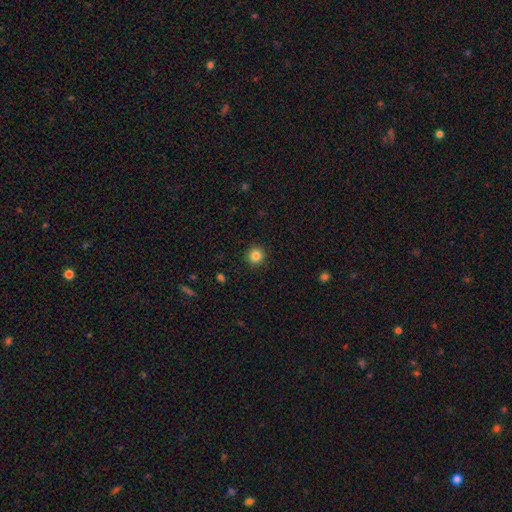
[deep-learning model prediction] Smooth or featured? Predicted: smooth (p=0.85). How rounded? Predicted: round (p=0.95). Merging? Predicted: none (p=0.92).